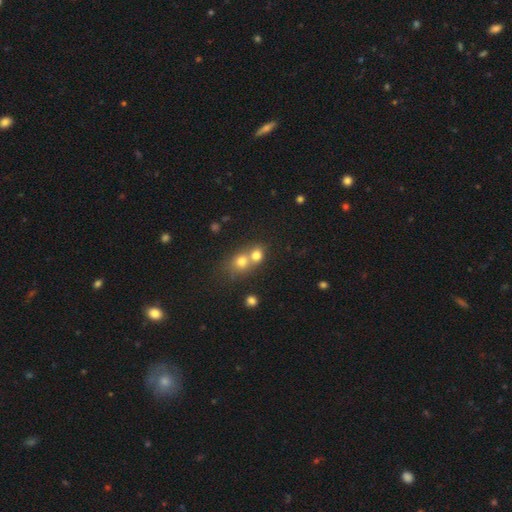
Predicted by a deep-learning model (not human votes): Smooth or featured? smooth (74%)
How rounded? round (72%)
Merging? merger (65%)